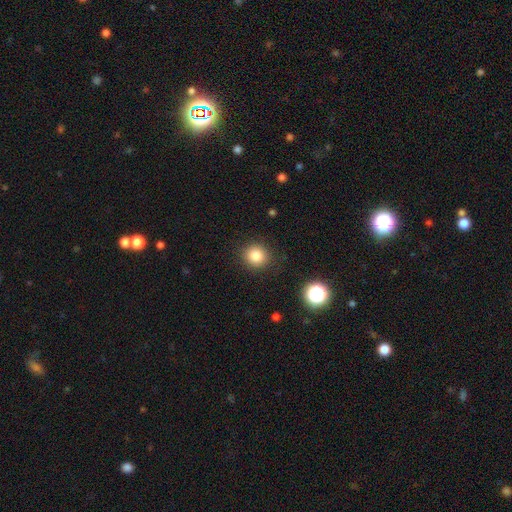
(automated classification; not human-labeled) smooth_or_featured: smooth (p=0.84) [alt: star or artifact p=0.12]
how_rounded: round (p=0.90) [alt: in between p=0.09]
merging: none (p=0.89) [alt: minor disturbance p=0.07]